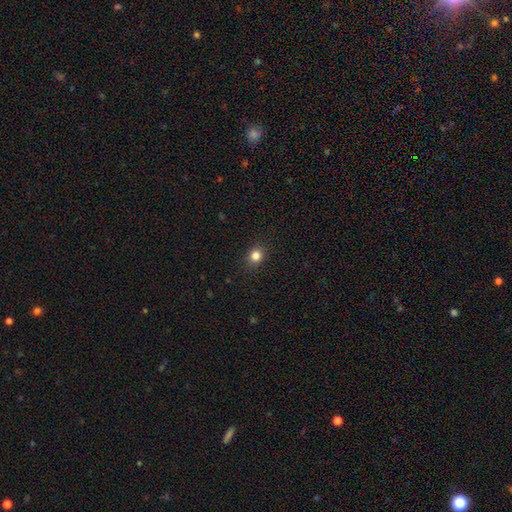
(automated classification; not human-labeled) The model was most divided on "how rounded": round: 72%, in between: 27%, cigar-shaped: 1%. More confident: merging — none (89%); smooth or featured — smooth (84%).